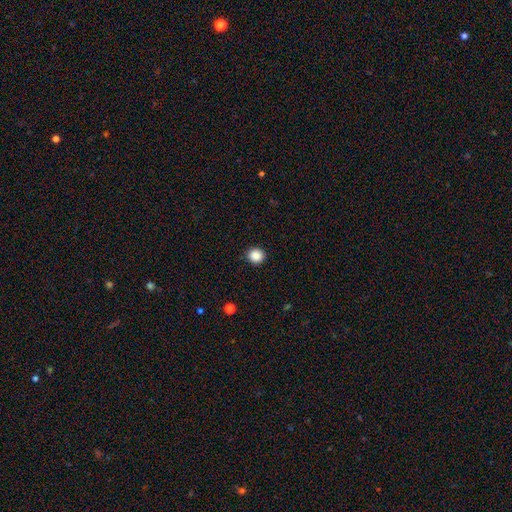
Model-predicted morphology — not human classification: The model was most divided on "smooth or featured": smooth: 87%, star or artifact: 10%, featured or disk: 3%. More confident: merging — none (91%); how rounded — round (89%).